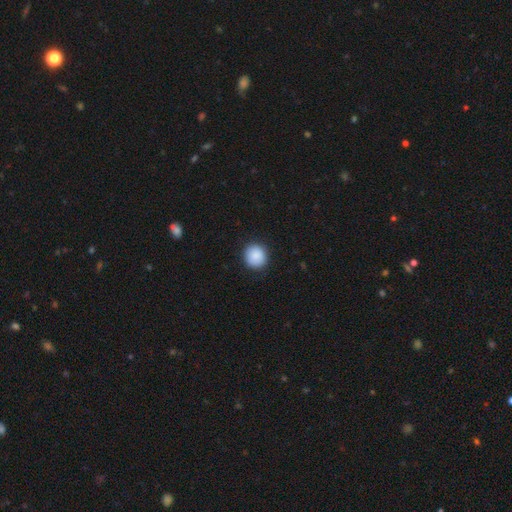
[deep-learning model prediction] Smooth or featured: smooth — 89% (star or artifact — 7%)
How rounded: round — 90% (in between — 9%)
Merging: none — 90% (minor disturbance — 7%)